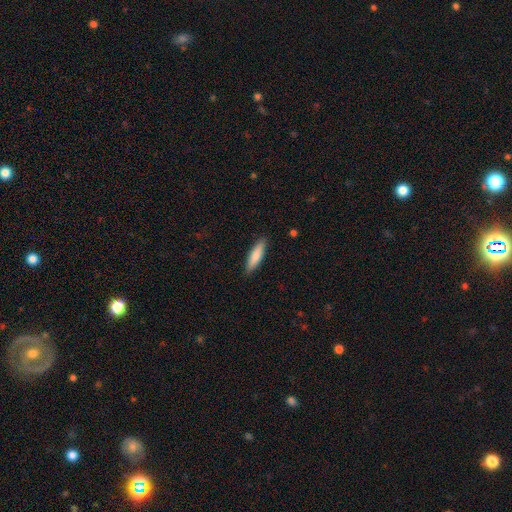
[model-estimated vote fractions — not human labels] This appears to be a smooth galaxy with no disk features (82%) that is cigar-shaped (69%). Merging: none (88%).